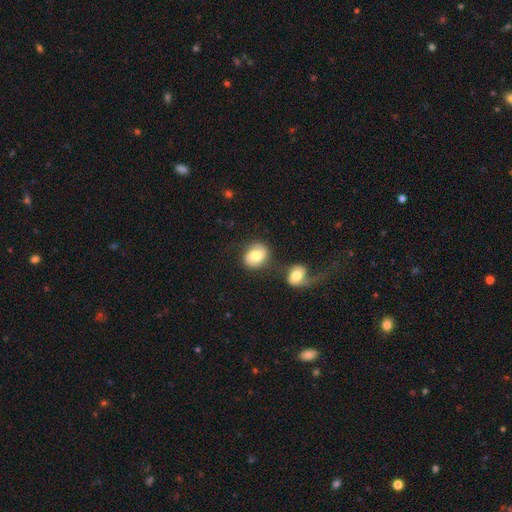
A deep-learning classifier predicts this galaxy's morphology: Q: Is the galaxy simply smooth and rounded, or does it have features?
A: featured or disk — 52%.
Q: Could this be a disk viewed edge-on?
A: no — 97%.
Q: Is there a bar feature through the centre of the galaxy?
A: no — 59%.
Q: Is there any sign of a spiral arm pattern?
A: yes — 86%.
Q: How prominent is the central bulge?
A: moderate — 62%.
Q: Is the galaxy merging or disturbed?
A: none — 58%.